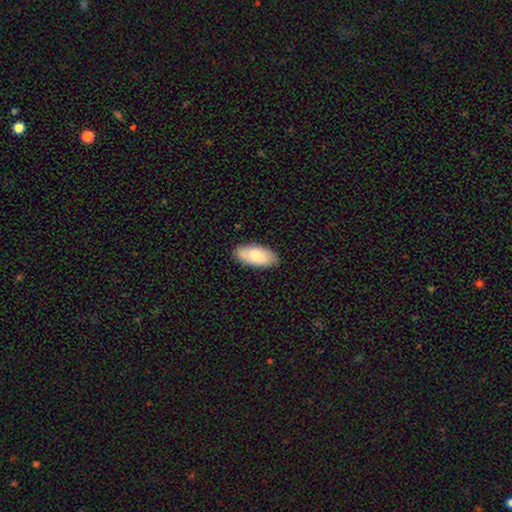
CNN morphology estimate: Smooth or featured?
  - smooth: 76% *
  - featured or disk: 18%
  - star or artifact: 6%
How rounded?
  - in between: 92% *
  - cigar-shaped: 6%
  - round: 2%
Merging?
  - none: 85% *
  - minor disturbance: 12%
  - major disturbance: 2%
  - merger: 1%